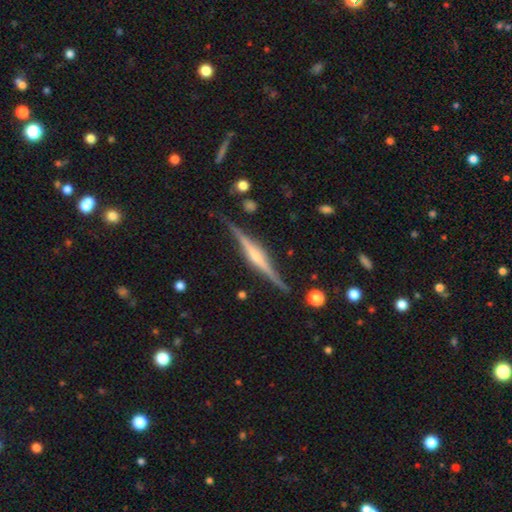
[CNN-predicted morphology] Smooth or featured?
  - featured or disk: 84% *
  - smooth: 10%
  - star or artifact: 5%
Edge-on disk?
  - yes: 98% *
  - no: 2%
Edge-on bulge?
  - rounded: 69% *
  - boxy: 19%
  - none: 12%
Merging?
  - none: 86% *
  - minor disturbance: 10%
  - major disturbance: 2%
  - merger: 2%